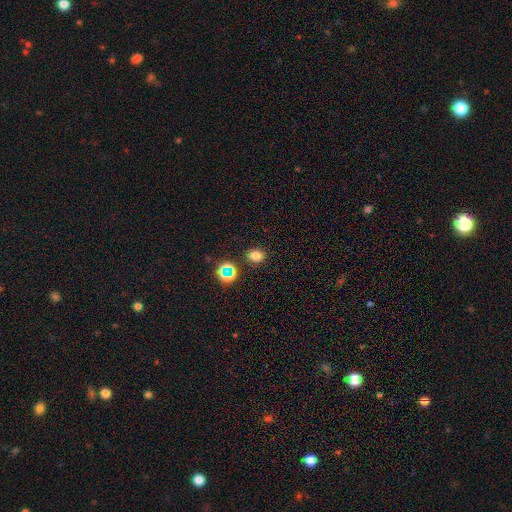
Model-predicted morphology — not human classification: Smooth or featured? Predicted: smooth (p=0.74). How rounded? Predicted: round (p=0.58). Merging? Predicted: none (p=0.86).